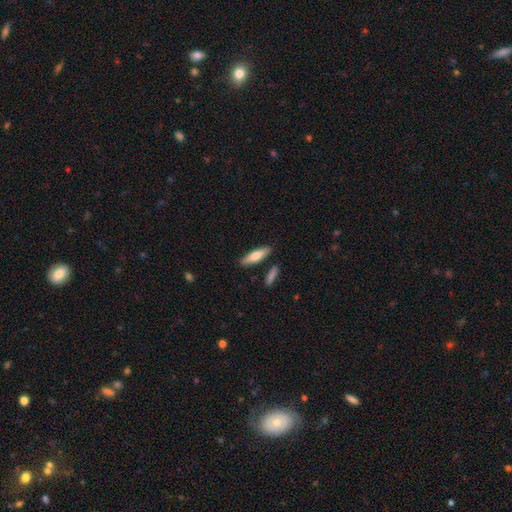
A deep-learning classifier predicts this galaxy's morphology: smooth-or-featured: smooth: 73% | featured or disk: 22% | star or artifact: 5%
  how-rounded: cigar-shaped: 67% | in between: 31% | round: 2%
  merging: none: 84% | minor disturbance: 9% | merger: 4% | major disturbance: 2%